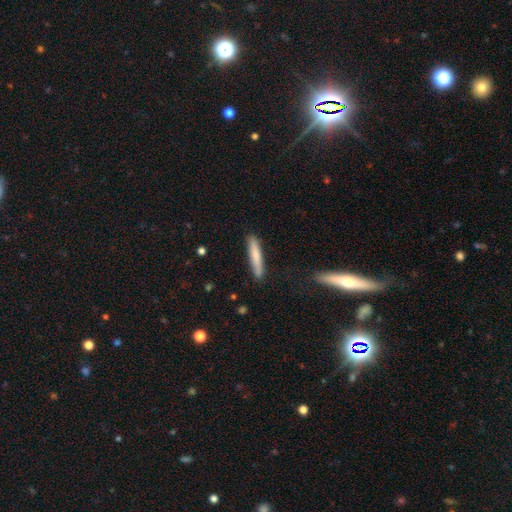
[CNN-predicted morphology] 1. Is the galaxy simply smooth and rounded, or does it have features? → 75% smooth, 19% featured or disk, 5% star or artifact.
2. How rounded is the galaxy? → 93% cigar-shaped, 6% in between, 1% round.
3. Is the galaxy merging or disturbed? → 88% none, 9% minor disturbance, 2% major disturbance, 2% merger.